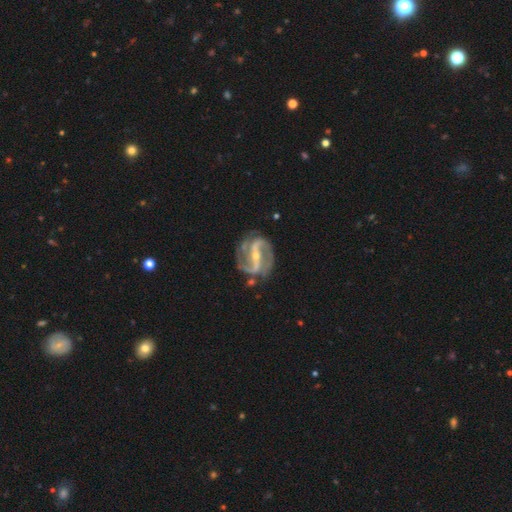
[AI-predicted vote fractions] A featured or disk galaxy (92%) with a strong bar (72%), 2 (87%) medium (51%) spiral arms (97%) and a small central bulge (70%).

Vote fractions:
- Smooth or featured? featured or disk: 92% / star or artifact: 5% / smooth: 4%
- Edge-on disk? no: 96% / yes: 4%
- Bar? strong: 72% / weak: 19% / no: 9%
- Spiral arms? yes: 97% / no: 3%
- Spiral winding? medium: 51% / loose: 26% / tight: 23%
- Spiral arm count? 2: 87% / 3: 5% / can't tell: 3% / 1: 2% / 4: 2% / more than 4: 2%
- Bulge size? small: 70% / moderate: 27% / none: 1% / large: 1% / dominant: 1%
- Merging? none: 75% / minor disturbance: 16% / major disturbance: 7% / merger: 3%